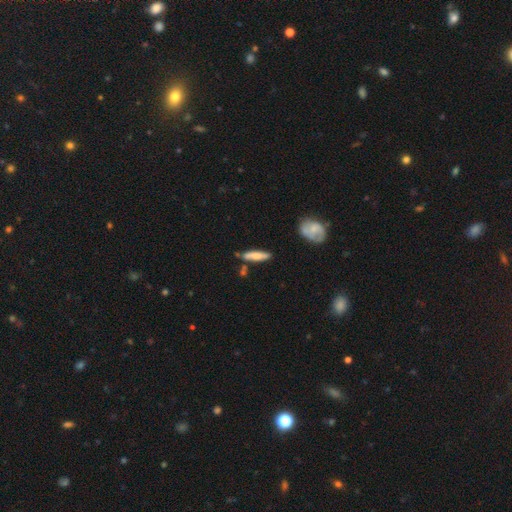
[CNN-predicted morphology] smooth_or_featured: smooth (p=0.68) [alt: featured or disk p=0.26]
how_rounded: cigar-shaped (p=0.78) [alt: in between p=0.20]
merging: none (p=0.73) [alt: minor disturbance p=0.17]